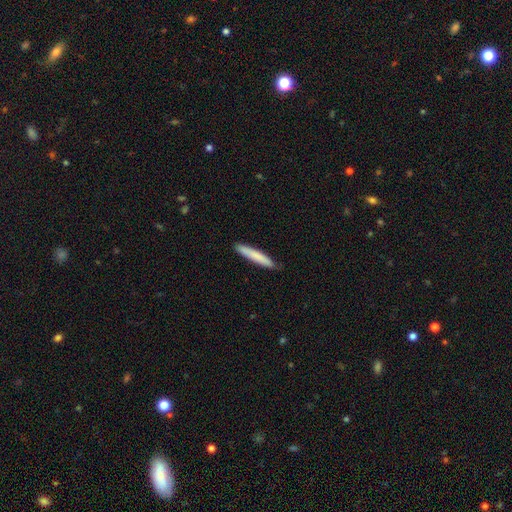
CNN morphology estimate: type=smooth (79%); roundness=cigar-shaped (94%); merging=none (87%).